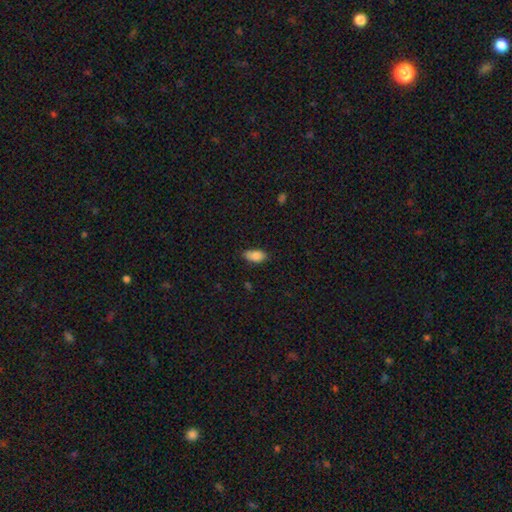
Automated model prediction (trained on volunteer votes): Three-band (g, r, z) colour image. It shows a smooth galaxy with no disk features (85%) that is in between round and cigar-shaped (92%). Merging: none (76%).